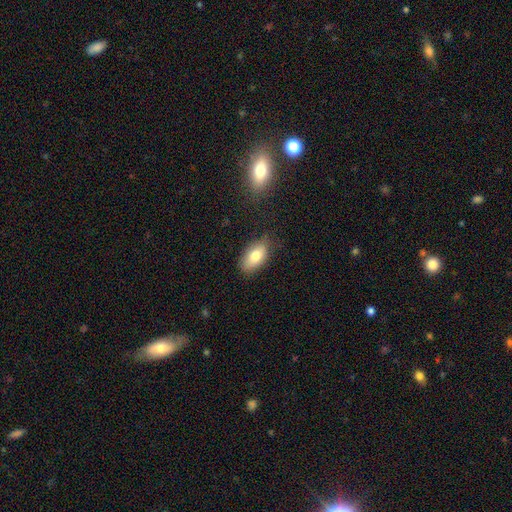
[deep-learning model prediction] This is likely a smooth galaxy (77%). How rounded: clearly in between (91%). Merging: likely none (78%).